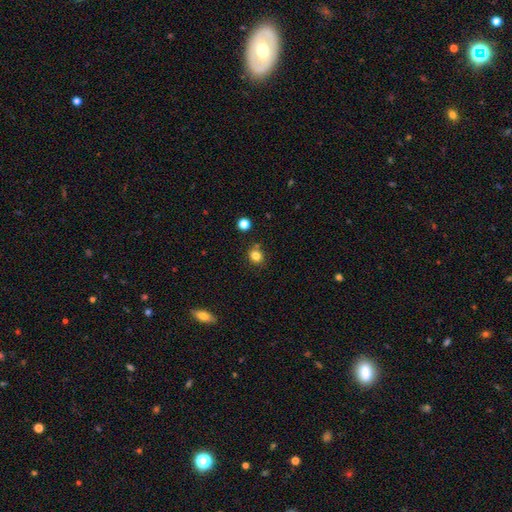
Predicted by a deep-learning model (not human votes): Q: Smooth or featured?
A: smooth (81%); runner-up: star or artifact (13%)
Q: How rounded?
A: round (79%); runner-up: in between (20%)
Q: Merging?
A: none (76%); runner-up: minor disturbance (11%)